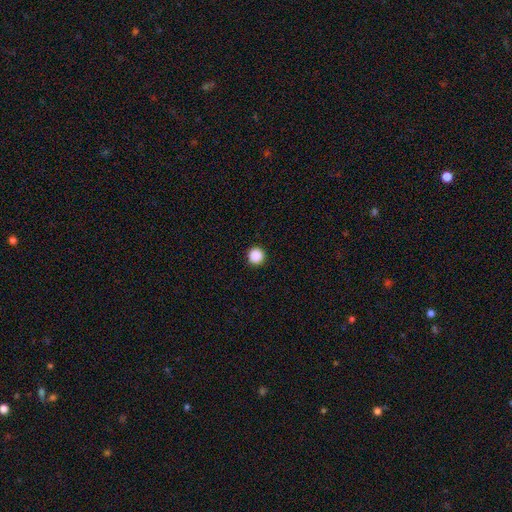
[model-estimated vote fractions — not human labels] smooth_or_featured: smooth (p=0.88) [alt: star or artifact p=0.10]
how_rounded: round (p=0.96) [alt: in between p=0.03]
merging: none (p=0.93) [alt: minor disturbance p=0.04]